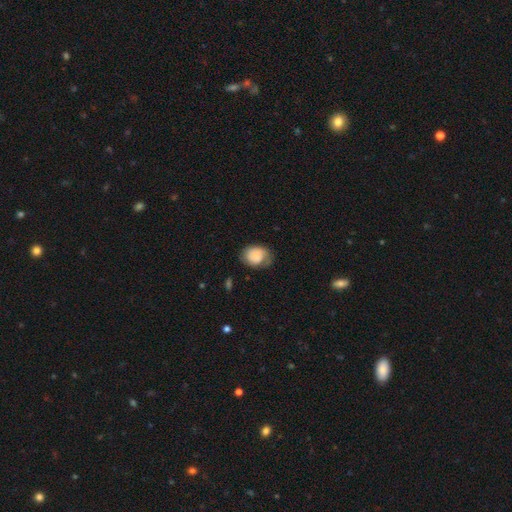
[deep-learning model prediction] Smooth or featured? Predicted: smooth (p=0.68). How rounded? Predicted: round (p=0.50). Merging? Predicted: none (p=0.55).